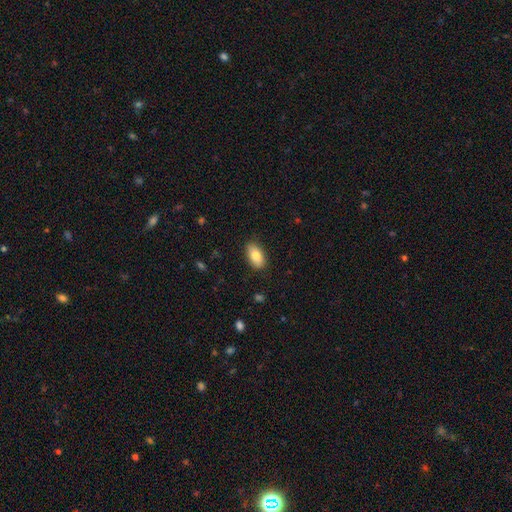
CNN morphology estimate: A smooth galaxy with no disk features (82%) that is in between round and cigar-shaped (91%). Merging: none (87%).